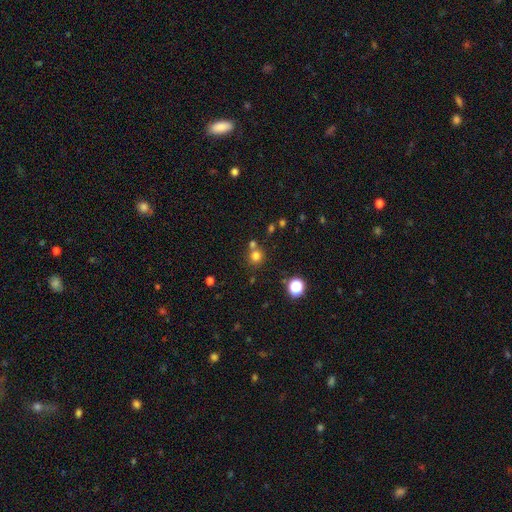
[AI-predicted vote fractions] Smooth or featured? Predicted: smooth (p=0.75). How rounded? Predicted: round (p=0.89). Merging? Predicted: none (p=0.65).